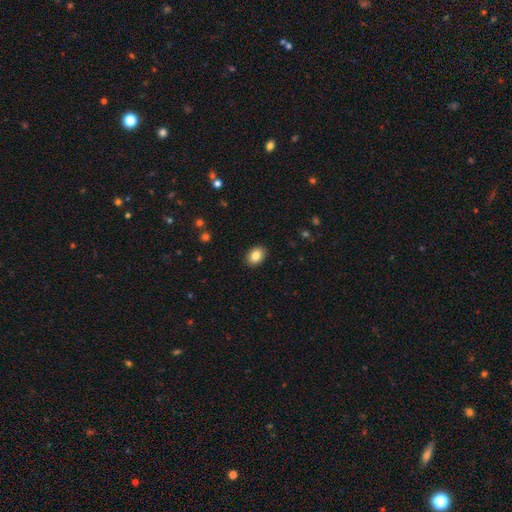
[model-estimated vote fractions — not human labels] Overall: smooth (84%). How rounded: in between (71%). Merging: none (90%).